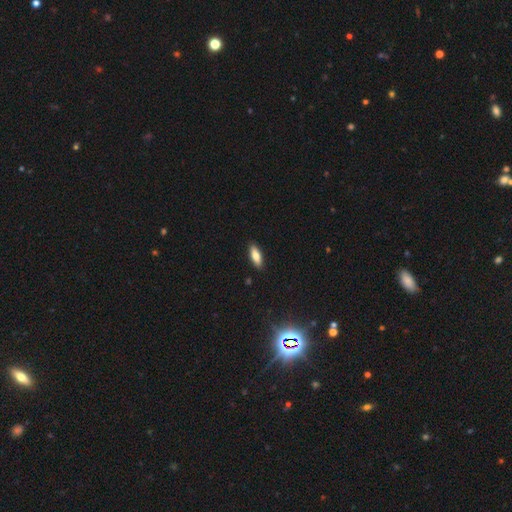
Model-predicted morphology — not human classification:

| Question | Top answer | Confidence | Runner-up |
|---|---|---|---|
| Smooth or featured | smooth | 80% | featured or disk (13%) |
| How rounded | in between | 67% | cigar-shaped (31%) |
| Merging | none | 89% | minor disturbance (8%) |